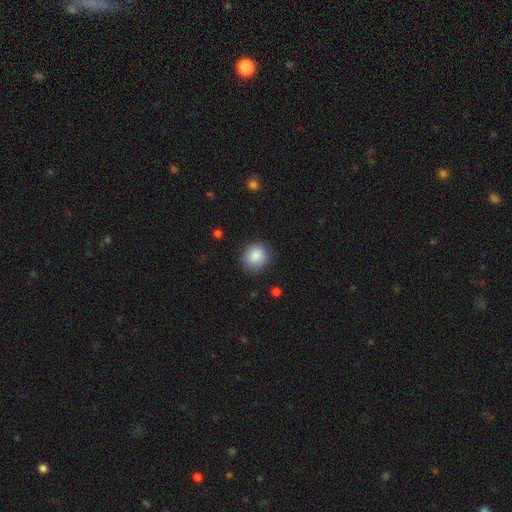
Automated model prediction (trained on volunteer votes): smooth_or_featured: smooth (p=0.87) [alt: star or artifact p=0.08]
how_rounded: round (p=0.84) [alt: in between p=0.15]
merging: none (p=0.85) [alt: minor disturbance p=0.11]